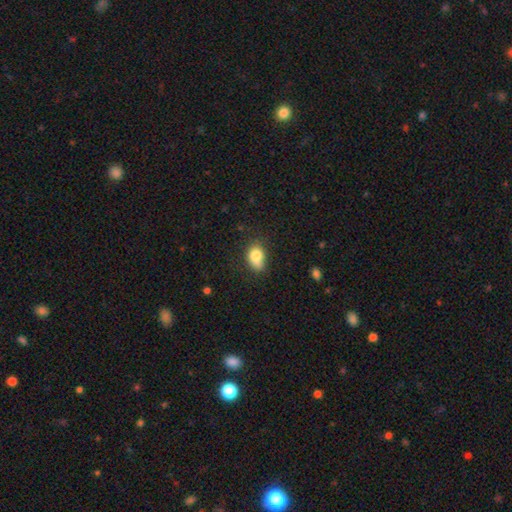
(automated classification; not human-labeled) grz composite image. It shows a smooth galaxy with no disk features (80%) that is in between round and cigar-shaped (77%). Merging: none (48%).